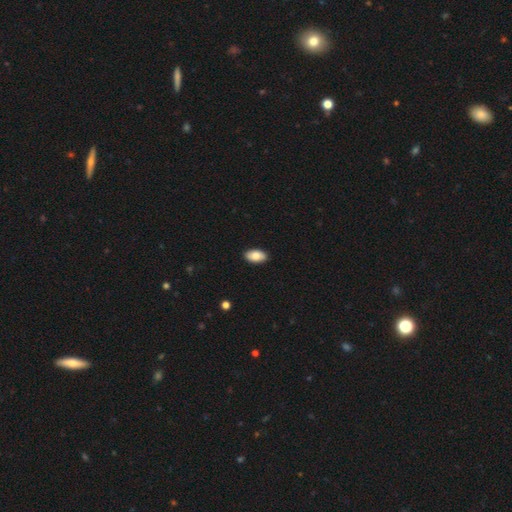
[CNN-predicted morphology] Smooth or featured?
  - smooth: 84% *
  - featured or disk: 9%
  - star or artifact: 6%
How rounded?
  - in between: 94% *
  - round: 4%
  - cigar-shaped: 2%
Merging?
  - none: 90% *
  - minor disturbance: 7%
  - major disturbance: 2%
  - merger: 1%